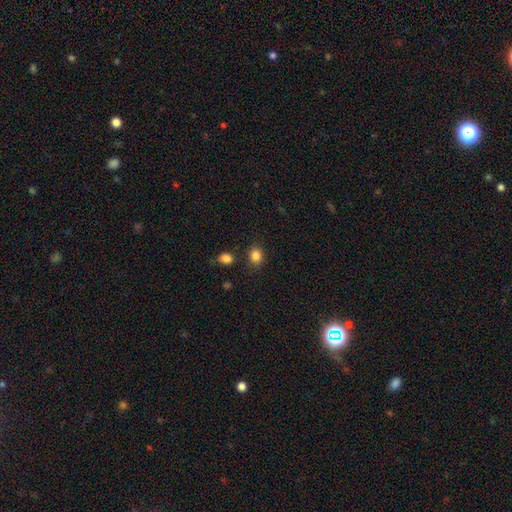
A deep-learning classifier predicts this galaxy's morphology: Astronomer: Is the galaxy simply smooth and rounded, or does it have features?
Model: smooth — 86%.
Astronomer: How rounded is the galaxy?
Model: round — 56% (runner-up: in between, 43%).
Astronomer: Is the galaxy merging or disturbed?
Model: none — 81%.